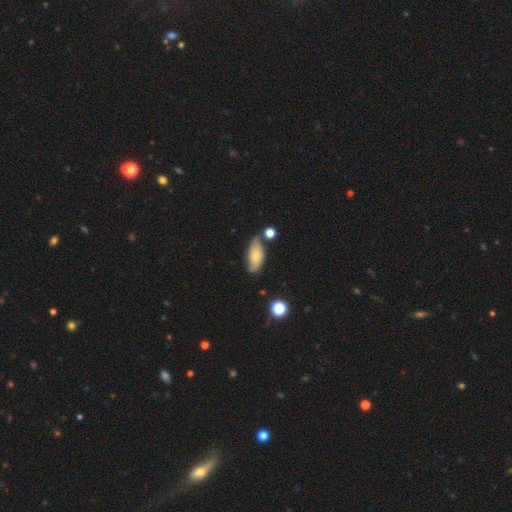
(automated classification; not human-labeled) Morphology: type=smooth (62%); roundness=in between (87%); merging=none (59%).